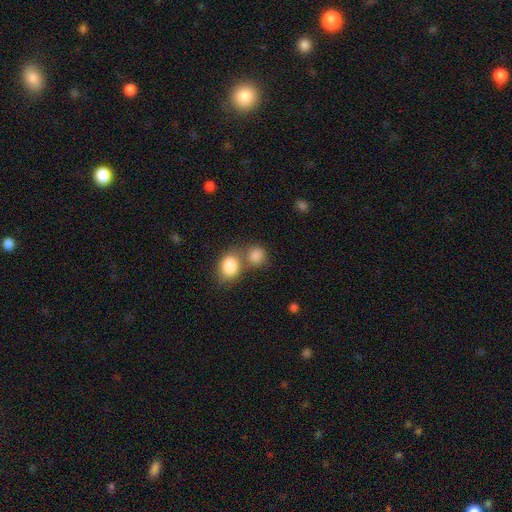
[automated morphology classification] The model was most divided on "merging": merger: 44%, none: 43%, minor disturbance: 9%, major disturbance: 4%. More confident: smooth or featured — smooth (85%); how rounded — round (69%).